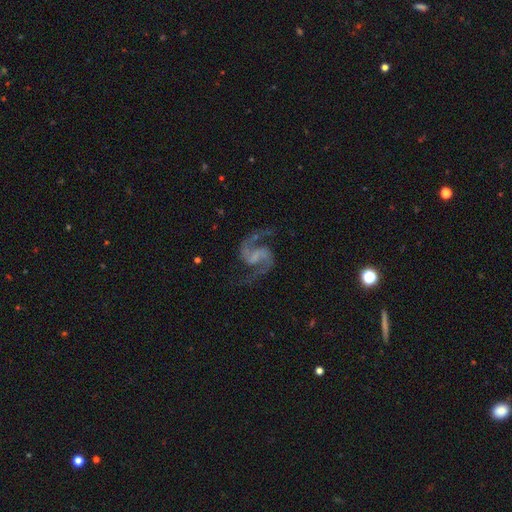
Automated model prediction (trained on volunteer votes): Smooth or featured? featured or disk (93%)
Edge-on disk? no (98%)
Bar? weak (46%)
Spiral arms? yes (98%)
Spiral winding? medium (58%)
Spiral arm count? 2 (95%)
Bulge size? none (62%)
Merging? none (80%)